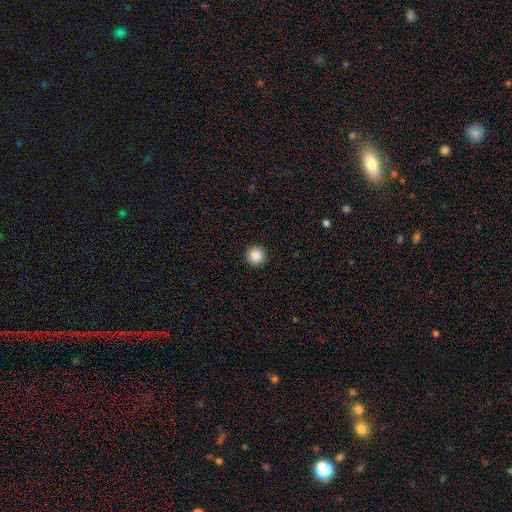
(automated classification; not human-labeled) smooth-or-featured: smooth: 87% | star or artifact: 9% | featured or disk: 4%
  how-rounded: round: 96% | in between: 3% | cigar-shaped: 1%
  merging: none: 94% | minor disturbance: 4% | major disturbance: 1% | merger: 1%